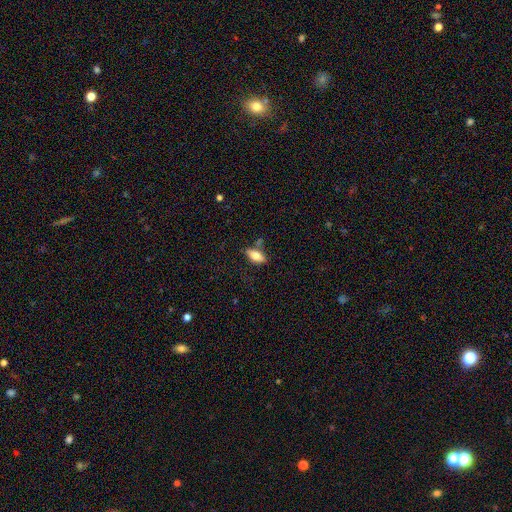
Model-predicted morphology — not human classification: type=smooth (69%); roundness=in between (81%); merging=none (70%).